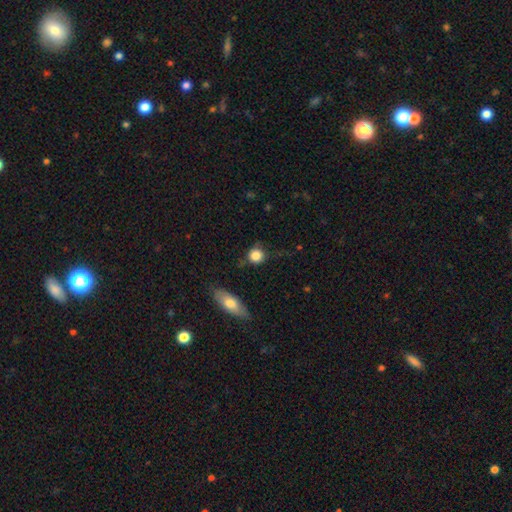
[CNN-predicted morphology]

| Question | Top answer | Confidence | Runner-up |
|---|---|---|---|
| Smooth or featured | smooth | 84% | star or artifact (9%) |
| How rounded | round | 87% | in between (11%) |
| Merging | none | 69% | minor disturbance (19%) |